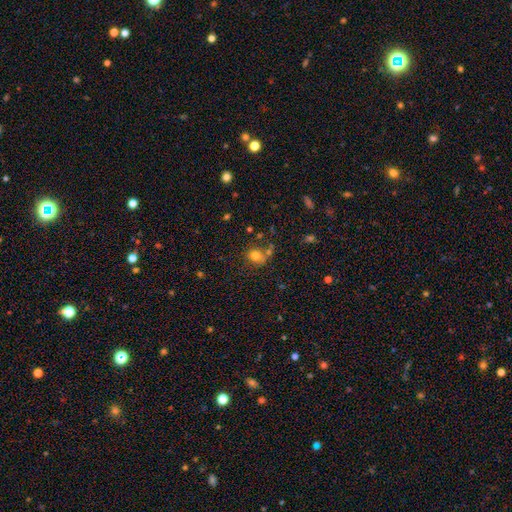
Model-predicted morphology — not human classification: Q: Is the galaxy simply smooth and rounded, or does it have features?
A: smooth — 76%.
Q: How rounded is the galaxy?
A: round — 75%.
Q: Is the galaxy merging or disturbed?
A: none — 60%.